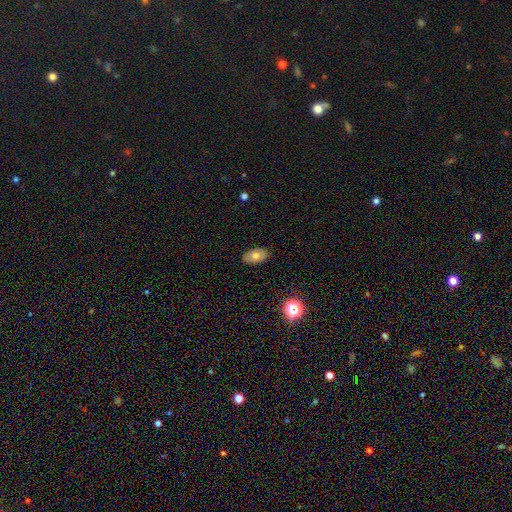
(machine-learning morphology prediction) Overall: smooth (70%). How rounded: in between (91%). Merging: none (87%).